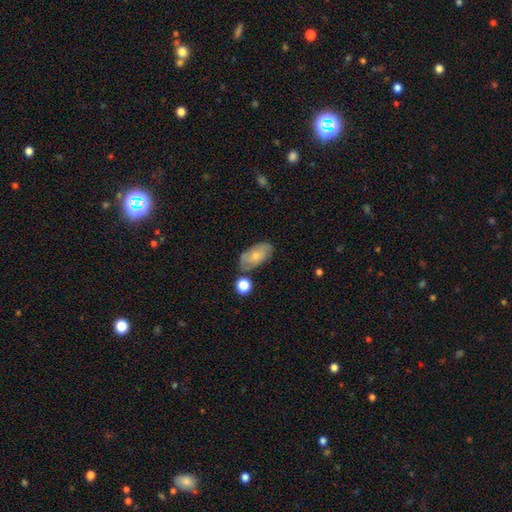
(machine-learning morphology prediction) smooth_or_featured: smooth (p=0.66) [alt: featured or disk p=0.27]
how_rounded: in between (p=0.93) [alt: round p=0.05]
merging: none (p=0.65) [alt: minor disturbance p=0.21]